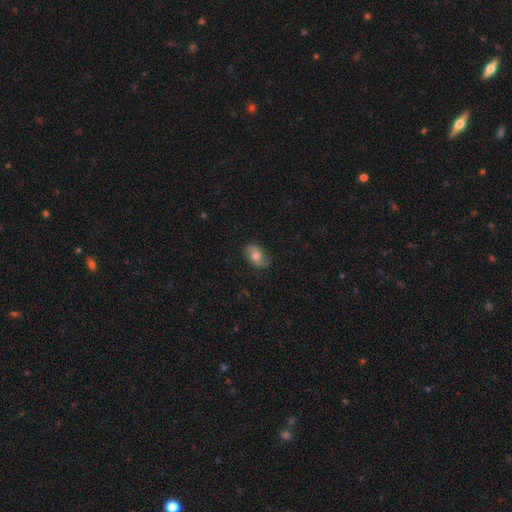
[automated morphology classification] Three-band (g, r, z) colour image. It shows a smooth galaxy with no disk features (47%). Merging: none (77%).